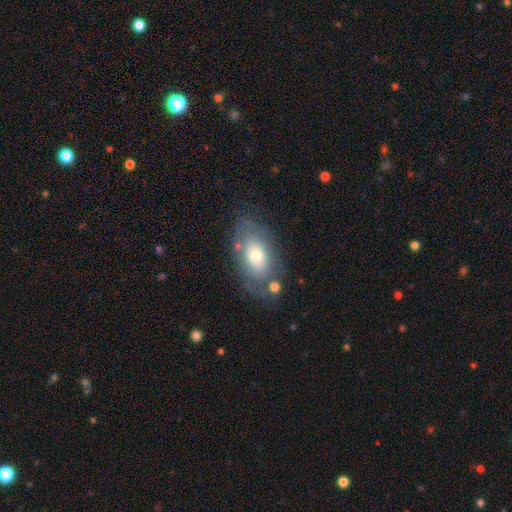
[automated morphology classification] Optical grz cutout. It shows a smooth galaxy with no disk features (57%) that is in between round and cigar-shaped (89%). Merging: none (64%).